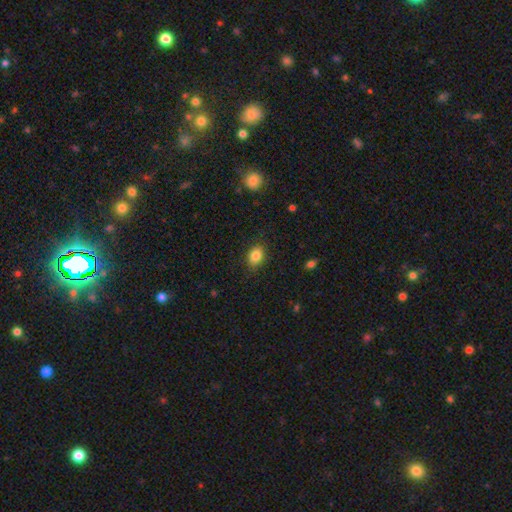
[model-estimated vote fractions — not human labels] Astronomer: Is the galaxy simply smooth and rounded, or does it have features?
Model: smooth — 84%.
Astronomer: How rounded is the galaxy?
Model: in between — 74%.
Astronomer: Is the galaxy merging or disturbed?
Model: none — 84%.